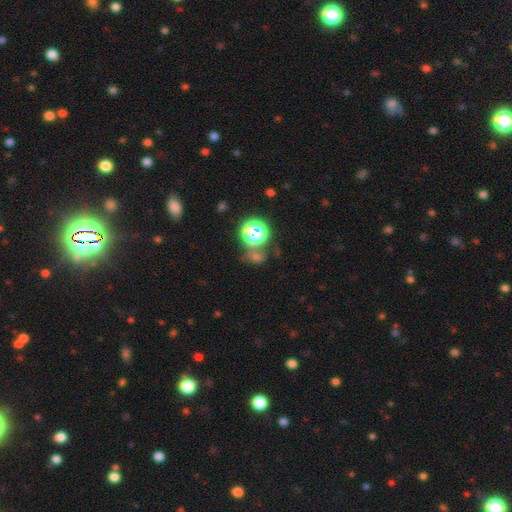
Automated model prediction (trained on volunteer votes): Smooth or featured? Predicted: star or artifact (p=0.57).